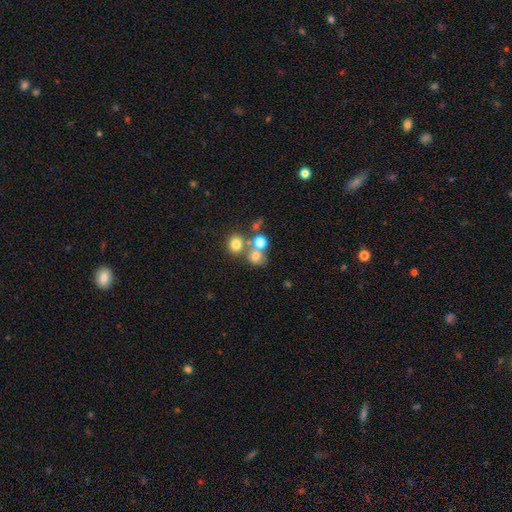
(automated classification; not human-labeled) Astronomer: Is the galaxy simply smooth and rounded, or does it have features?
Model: smooth — 70%.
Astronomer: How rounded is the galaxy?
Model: round — 75%.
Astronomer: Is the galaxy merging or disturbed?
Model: none — 45% (runner-up: merger, 41%).